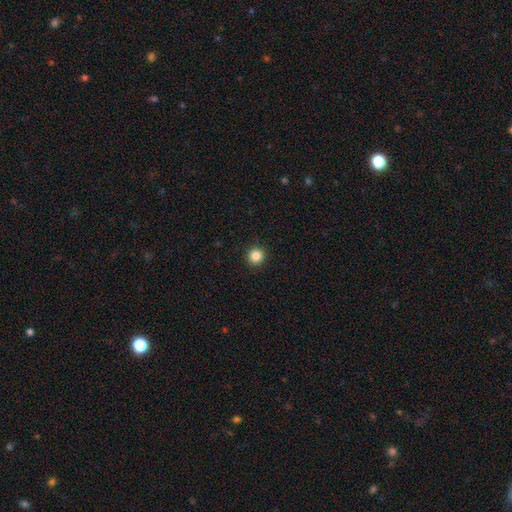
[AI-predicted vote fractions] A smooth galaxy with no disk features (85%) that is round (96%). Merging: none (94%).